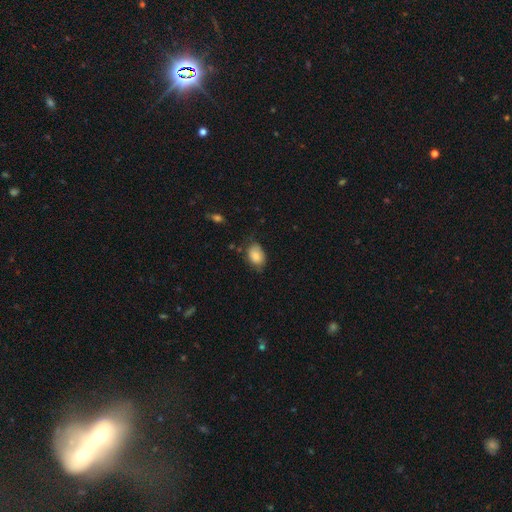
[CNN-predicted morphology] Overall: smooth (84%). How rounded: in between (82%). Merging: none (63%; minor disturbance 29%).